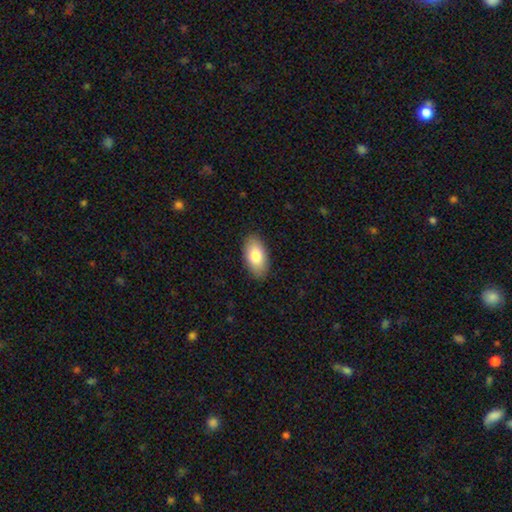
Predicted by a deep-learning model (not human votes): A smooth galaxy with no disk features (81%) that is in between round and cigar-shaped (95%). Merging: none (88%).